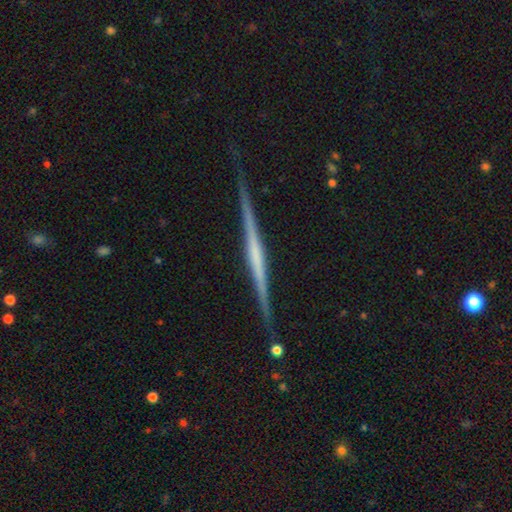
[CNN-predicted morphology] Smooth or featured?
  - featured or disk: 79% *
  - smooth: 16%
  - star or artifact: 5%
Edge-on disk?
  - yes: 98% *
  - no: 2%
Edge-on bulge?
  - none: 63% *
  - rounded: 20%
  - boxy: 16%
Merging?
  - none: 89% *
  - minor disturbance: 8%
  - major disturbance: 2%
  - merger: 1%